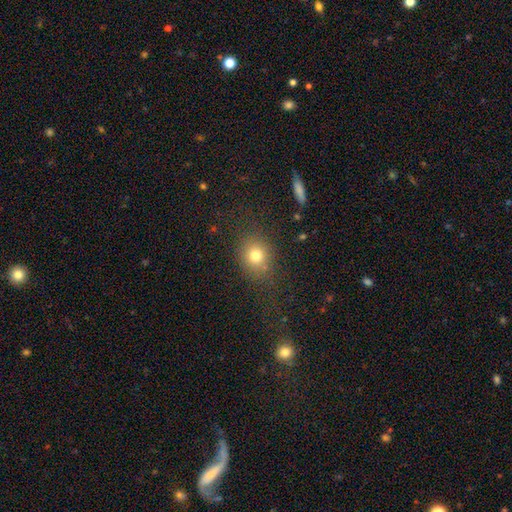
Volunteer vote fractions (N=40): Morphology: type=smooth (85%); roundness=round (65%); merging=none (78%).